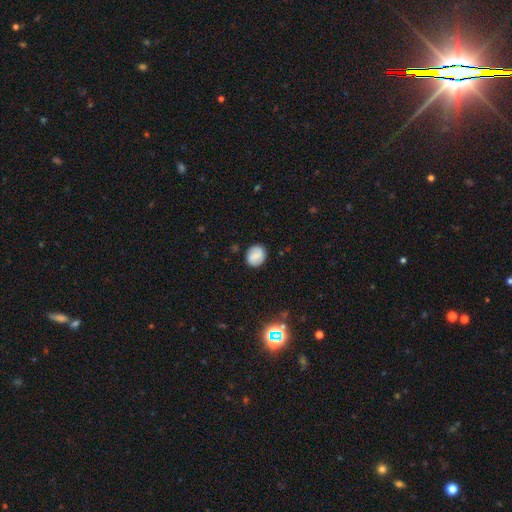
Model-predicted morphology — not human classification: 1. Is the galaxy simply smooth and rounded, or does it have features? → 64% smooth, 27% featured or disk, 9% star or artifact.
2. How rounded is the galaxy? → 67% round, 32% in between, 1% cigar-shaped.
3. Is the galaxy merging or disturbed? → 85% none, 10% minor disturbance, 3% major disturbance, 1% merger.